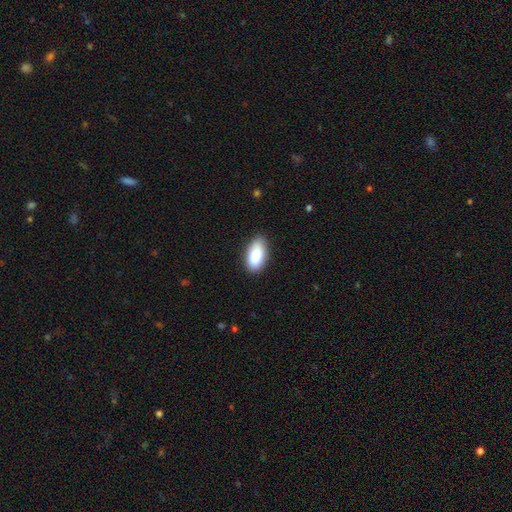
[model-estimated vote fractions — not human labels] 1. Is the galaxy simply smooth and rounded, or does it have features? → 84% smooth, 9% featured or disk, 7% star or artifact.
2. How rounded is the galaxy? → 92% in between, 5% cigar-shaped, 3% round.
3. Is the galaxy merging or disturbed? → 85% none, 12% minor disturbance, 2% major disturbance, 1% merger.